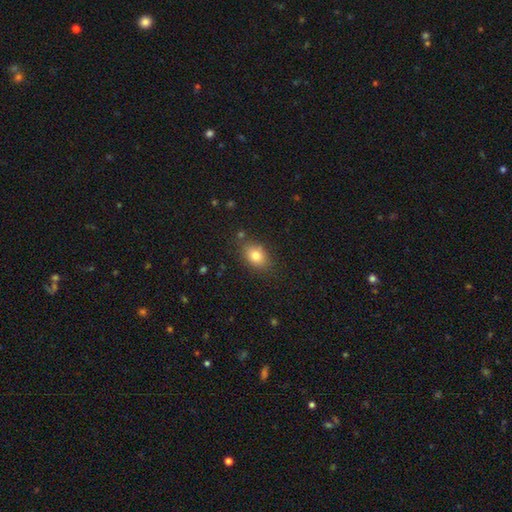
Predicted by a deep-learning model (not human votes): A smooth galaxy with no disk features (80%) that is in between round and cigar-shaped (73%).

Vote fractions:
- Smooth or featured? smooth: 80% / star or artifact: 10% / featured or disk: 9%
- How rounded? in between: 73% / round: 25% / cigar-shaped: 2%
- Merging? none: 80% / minor disturbance: 13% / major disturbance: 3% / merger: 3%